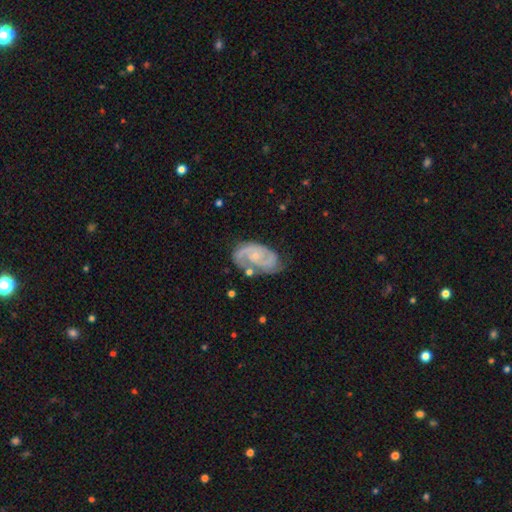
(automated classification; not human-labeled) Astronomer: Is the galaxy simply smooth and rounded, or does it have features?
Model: featured or disk — 85%.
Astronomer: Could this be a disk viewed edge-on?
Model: no — 97%.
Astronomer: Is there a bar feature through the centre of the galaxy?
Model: no — 65%.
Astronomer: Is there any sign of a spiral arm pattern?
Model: yes — 95%.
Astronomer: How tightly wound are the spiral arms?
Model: medium — 44% (runner-up: tight, 43%).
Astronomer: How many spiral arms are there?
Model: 2 — 76%.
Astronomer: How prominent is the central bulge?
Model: small — 72%.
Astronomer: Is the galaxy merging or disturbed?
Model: none — 62%.